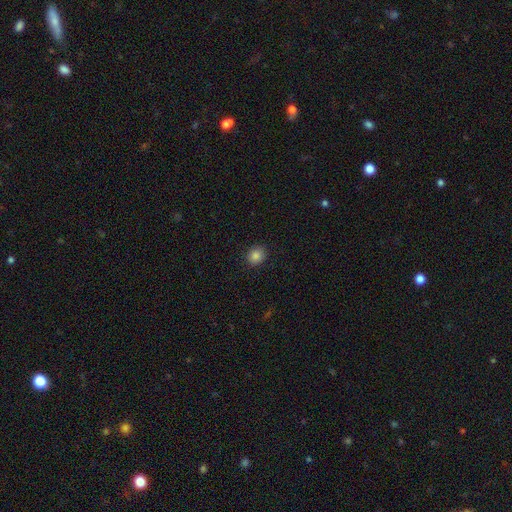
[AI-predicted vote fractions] Q: Smooth or featured?
A: smooth (84%); runner-up: star or artifact (11%)
Q: How rounded?
A: round (73%); runner-up: in between (26%)
Q: Merging?
A: none (90%); runner-up: minor disturbance (7%)